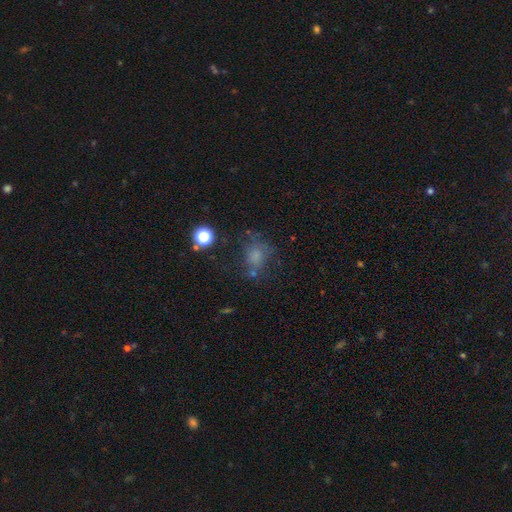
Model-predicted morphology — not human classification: Overall: smooth (59%; featured or disk 21%). How rounded: round (60%; in between 39%). Merging: none (50%; minor disturbance 21%).